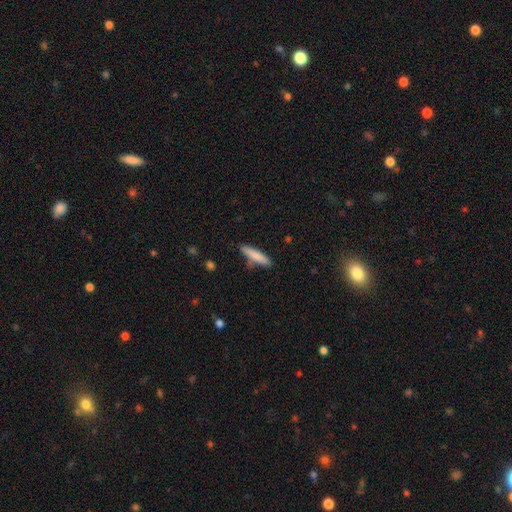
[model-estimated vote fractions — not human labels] This appears to be a smooth galaxy with no disk features (81%) that is cigar-shaped (84%). Merging: none (79%).